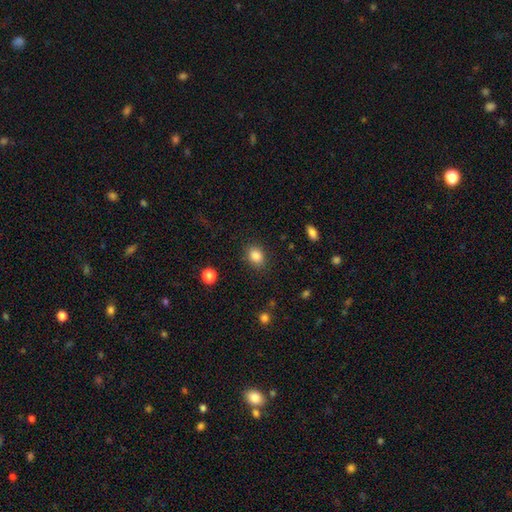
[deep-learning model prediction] Smooth or featured? Predicted: smooth (p=0.85). How rounded? Predicted: in between (p=0.53). Merging? Predicted: none (p=0.86).